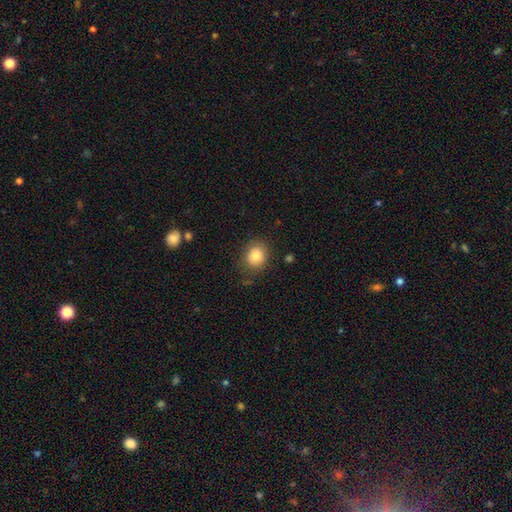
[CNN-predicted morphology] smooth_or_featured: smooth (p=0.83) [alt: star or artifact p=0.10]
how_rounded: round (p=0.66) [alt: in between p=0.33]
merging: none (p=0.79) [alt: minor disturbance p=0.15]